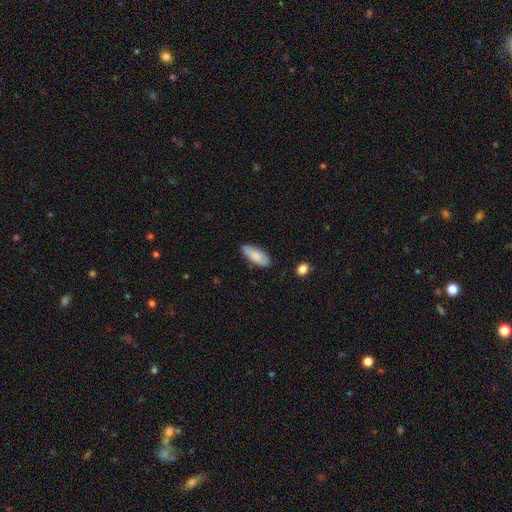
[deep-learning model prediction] Smooth or featured? Predicted: smooth (p=0.84). How rounded? Predicted: in between (p=0.78). Merging? Predicted: none (p=0.83).